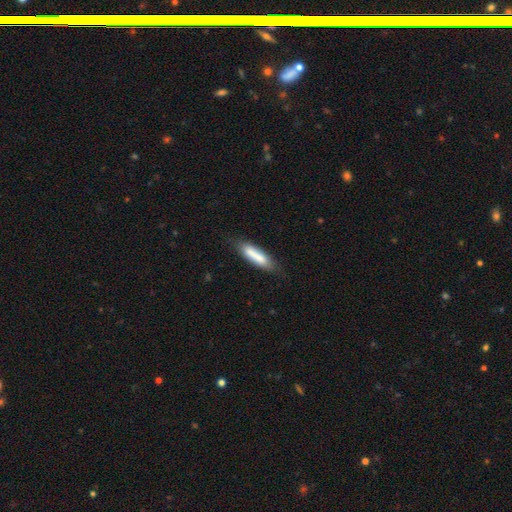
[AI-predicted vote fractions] Smooth or featured? Predicted: smooth (p=0.79). How rounded? Predicted: cigar-shaped (p=0.67). Merging? Predicted: none (p=0.71).